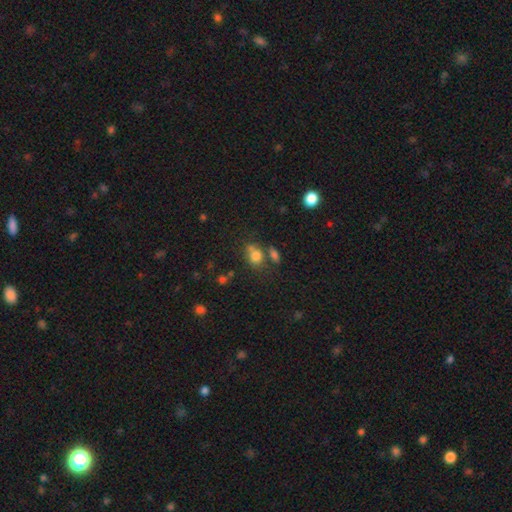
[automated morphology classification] A smooth galaxy with no disk features (75%) that is in between round and cigar-shaped (52%). Merging: none (47%).